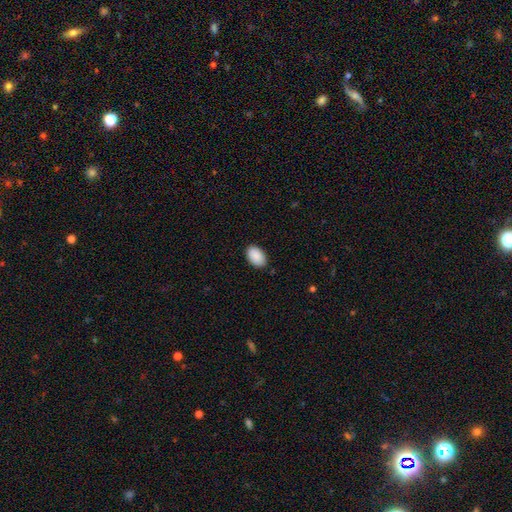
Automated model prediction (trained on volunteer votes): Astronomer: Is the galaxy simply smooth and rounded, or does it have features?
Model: smooth — 91%.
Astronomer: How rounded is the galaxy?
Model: in between — 93%.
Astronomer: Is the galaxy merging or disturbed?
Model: none — 88%.